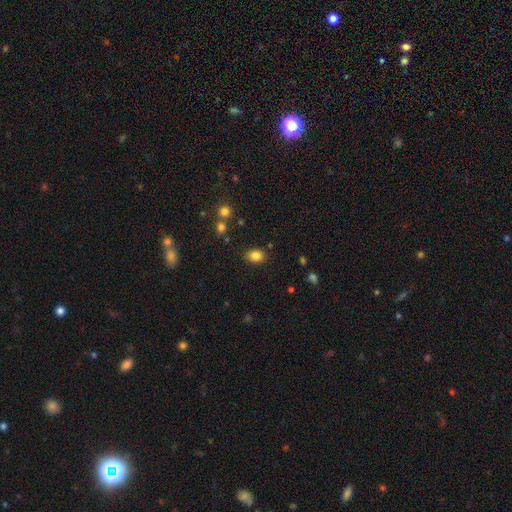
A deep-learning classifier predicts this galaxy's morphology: The model was most divided on "how rounded": in between: 77%, round: 22%, cigar-shaped: 1%. More confident: smooth or featured — smooth (85%); merging — none (84%).